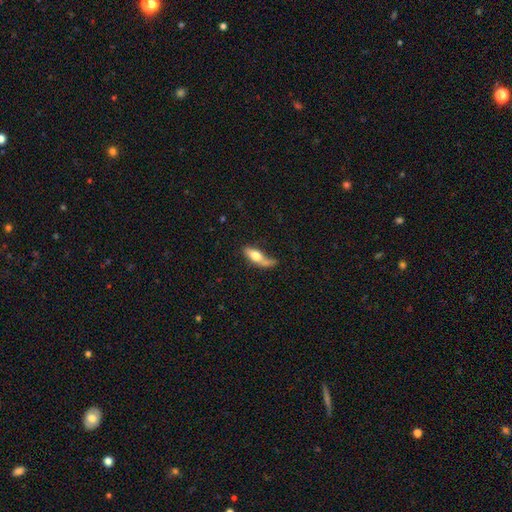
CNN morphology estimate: Smooth or featured? Predicted: smooth (p=0.64). How rounded? Predicted: in between (p=0.63). Merging? Predicted: none (p=0.37).